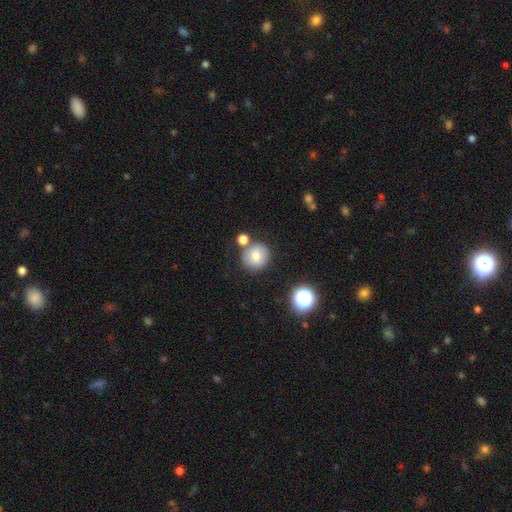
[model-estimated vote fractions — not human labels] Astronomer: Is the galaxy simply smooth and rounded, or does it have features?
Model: smooth — 77%.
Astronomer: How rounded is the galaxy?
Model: round — 93%.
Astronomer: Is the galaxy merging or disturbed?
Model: none — 74%.